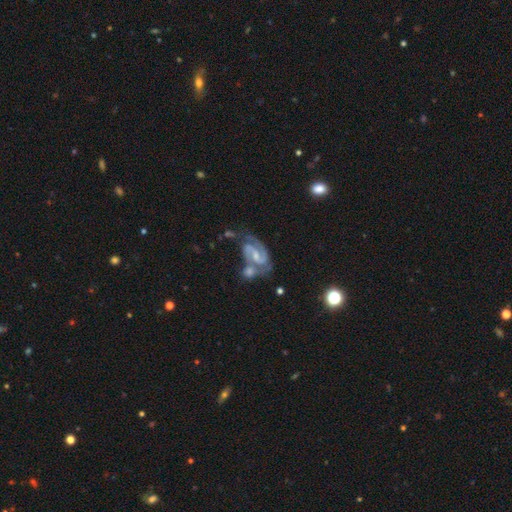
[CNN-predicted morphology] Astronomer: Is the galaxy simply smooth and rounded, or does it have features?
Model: featured or disk — 88%.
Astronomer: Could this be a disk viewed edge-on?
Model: no — 97%.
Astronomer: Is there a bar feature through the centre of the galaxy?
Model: weak — 50% (runner-up: no, 26%).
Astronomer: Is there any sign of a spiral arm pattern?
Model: yes — 97%.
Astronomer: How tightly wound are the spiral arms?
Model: medium — 52% (runner-up: tight, 35%).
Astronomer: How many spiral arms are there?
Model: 2 — 87%.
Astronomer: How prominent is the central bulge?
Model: small — 50% (runner-up: moderate, 38%).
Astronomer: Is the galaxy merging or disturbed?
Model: merger — 37%, tied with none at 37%.